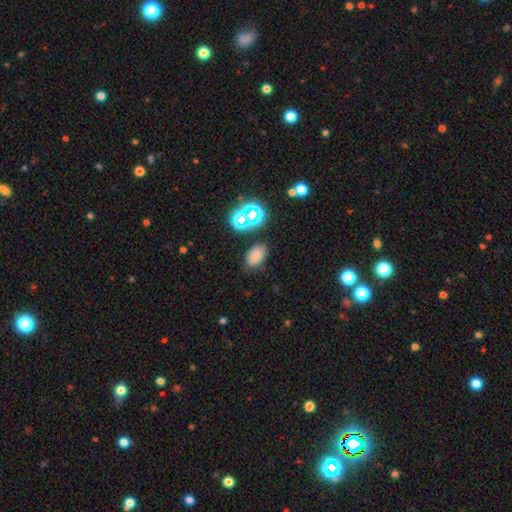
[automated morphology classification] This is likely a smooth galaxy (71%). How rounded: clearly in between (86%). Merging: likely none (78%).